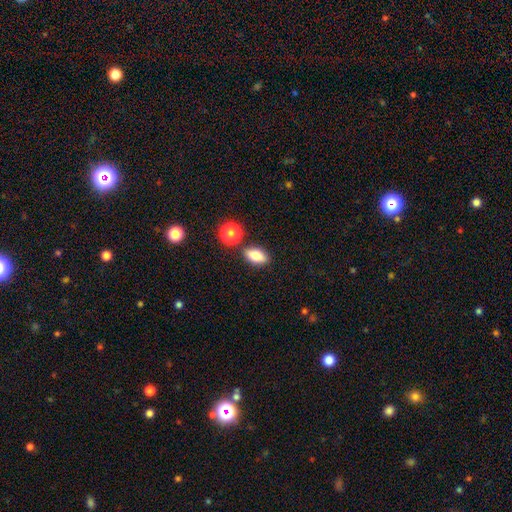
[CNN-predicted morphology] This appears to be a smooth galaxy with no disk features (80%) that is in between round and cigar-shaped (84%). Merging: none (80%).